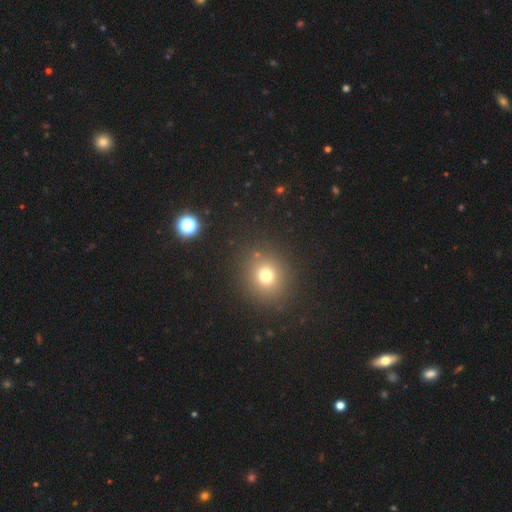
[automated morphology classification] Overall: smooth (61%; star or artifact 32%). How rounded: round (76%). Merging: none (91%).